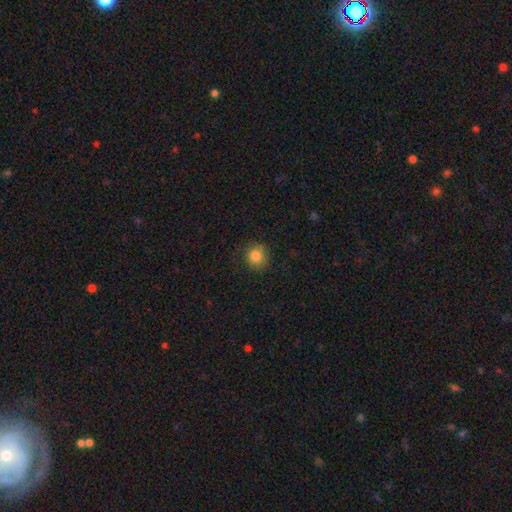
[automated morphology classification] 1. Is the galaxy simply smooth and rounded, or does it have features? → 84% smooth, 10% star or artifact, 6% featured or disk.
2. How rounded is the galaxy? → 87% round, 12% in between, 1% cigar-shaped.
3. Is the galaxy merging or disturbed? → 80% none, 14% minor disturbance, 5% major disturbance, 1% merger.